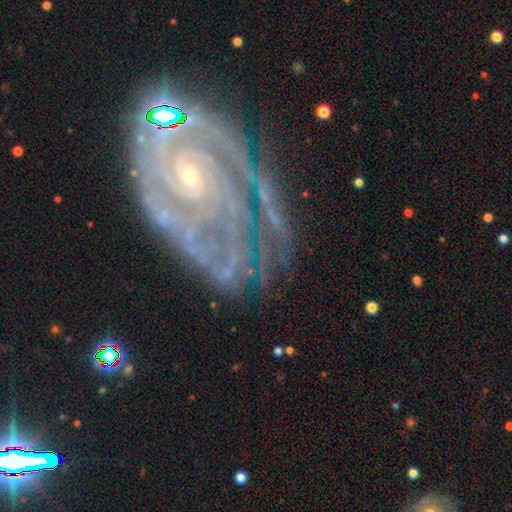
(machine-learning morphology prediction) Smooth or featured? featured or disk (88%)
Edge-on disk? no (96%)
Bar? no (63%)
Spiral arms? yes (97%)
Spiral winding? tight (75%)
Spiral arm count? 2 (25%)
Bulge size? small (79%)
Merging? none (57%)